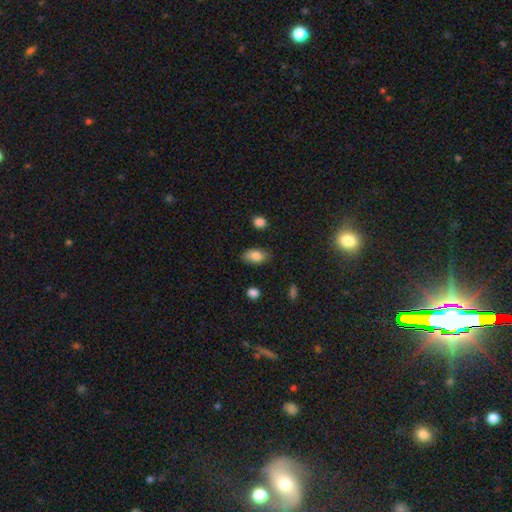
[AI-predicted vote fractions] Q: Smooth or featured?
A: smooth (84%); runner-up: featured or disk (8%)
Q: How rounded?
A: in between (91%); runner-up: round (6%)
Q: Merging?
A: none (81%); runner-up: minor disturbance (14%)